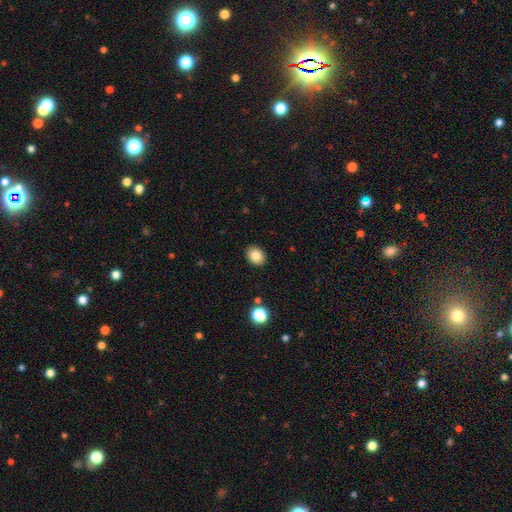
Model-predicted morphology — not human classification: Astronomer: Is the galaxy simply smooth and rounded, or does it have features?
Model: smooth — 84%.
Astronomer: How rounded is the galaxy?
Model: in between — 55% (runner-up: round, 44%).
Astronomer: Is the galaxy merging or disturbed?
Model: none — 90%.